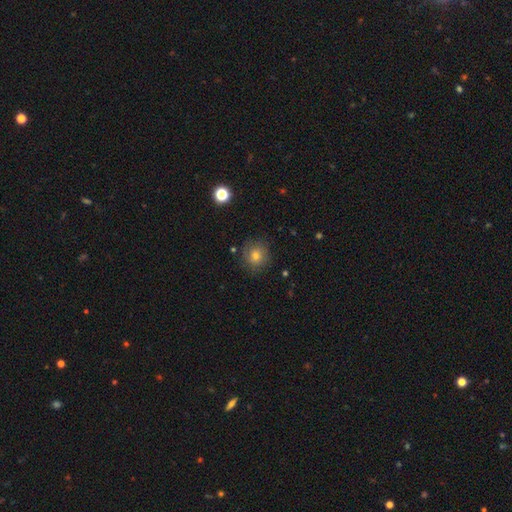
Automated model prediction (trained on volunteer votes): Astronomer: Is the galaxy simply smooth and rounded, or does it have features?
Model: smooth — 66%.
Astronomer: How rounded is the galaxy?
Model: round — 88%.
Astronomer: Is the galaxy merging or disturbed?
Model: none — 82%.